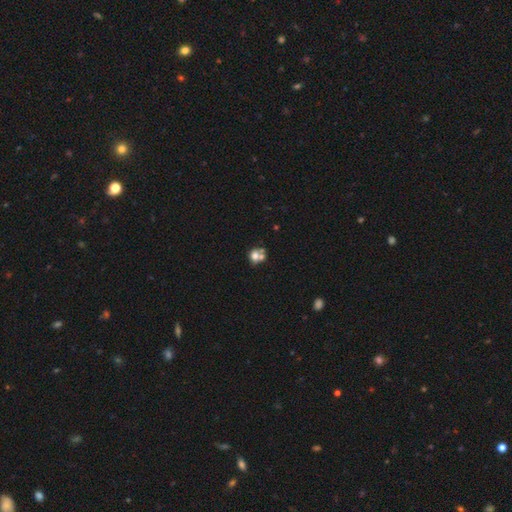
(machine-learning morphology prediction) Smooth or featured?
  - smooth: 67% *
  - featured or disk: 19%
  - star or artifact: 14%
How rounded?
  - round: 72% *
  - in between: 27%
  - cigar-shaped: 1%
Merging?
  - merger: 47% *
  - none: 39%
  - minor disturbance: 9%
  - major disturbance: 5%